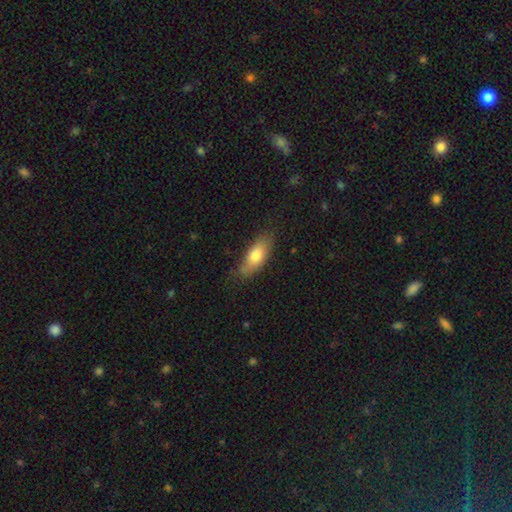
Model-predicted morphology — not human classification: This is likely a smooth galaxy (73%). How rounded: likely in between (74%). Merging: likely none (72%).